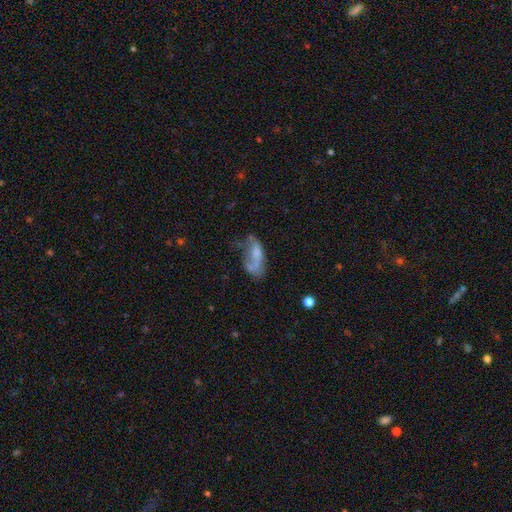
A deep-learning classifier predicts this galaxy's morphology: smooth 49%, featured or disk 40%, star or artifact 11%. Down the decision tree: merging — major disturbance (37%).